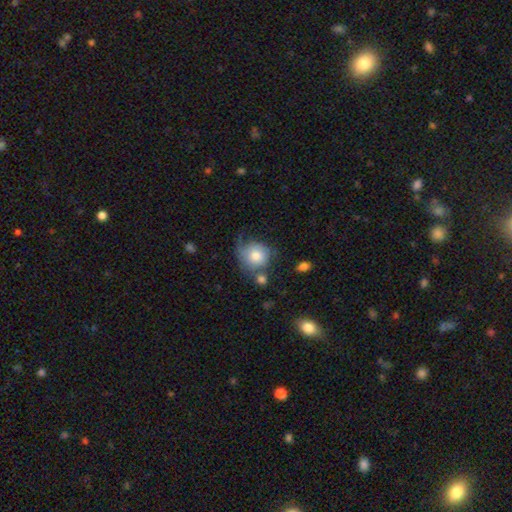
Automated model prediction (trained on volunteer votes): A smooth galaxy with no disk features (71%) that is round (83%).

Vote fractions:
- Smooth or featured? smooth: 71% / featured or disk: 21% / star or artifact: 8%
- How rounded? round: 83% / in between: 16% / cigar-shaped: 1%
- Merging? none: 40% / minor disturbance: 29% / major disturbance: 20% / merger: 11%